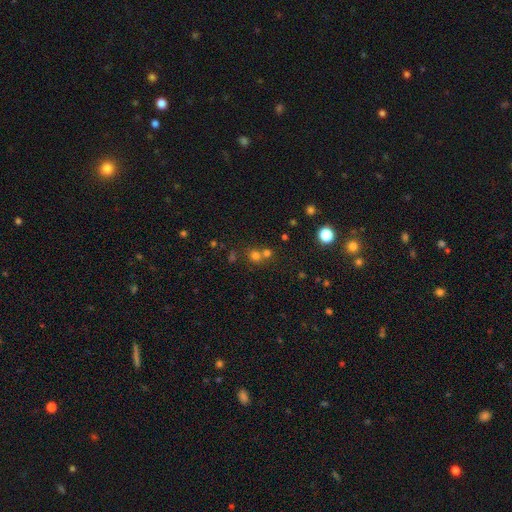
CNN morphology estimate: A smooth galaxy with no disk features (67%) that is round (85%). Merging: none (49%).